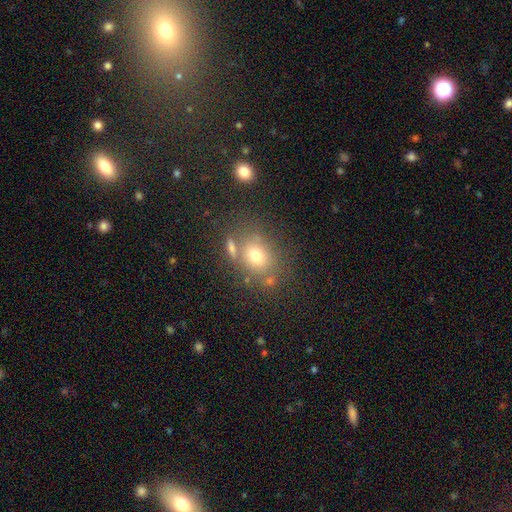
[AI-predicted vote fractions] This is likely a smooth galaxy (70%). How rounded: possibly round (50%). Merging: likely none (63%).